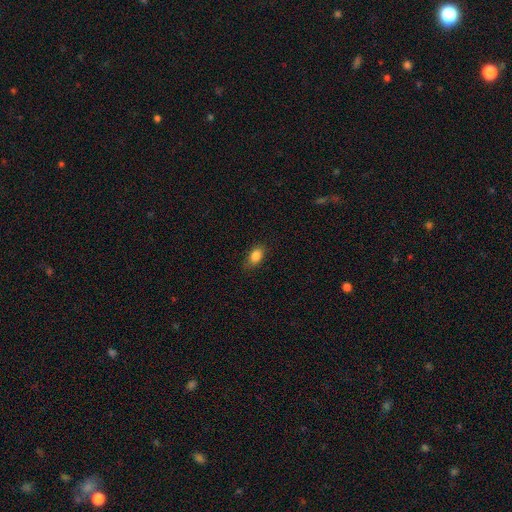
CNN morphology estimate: smooth_or_featured: smooth (p=0.86) [alt: star or artifact p=0.09]
how_rounded: in between (p=0.86) [alt: round p=0.11]
merging: none (p=0.81) [alt: minor disturbance p=0.15]